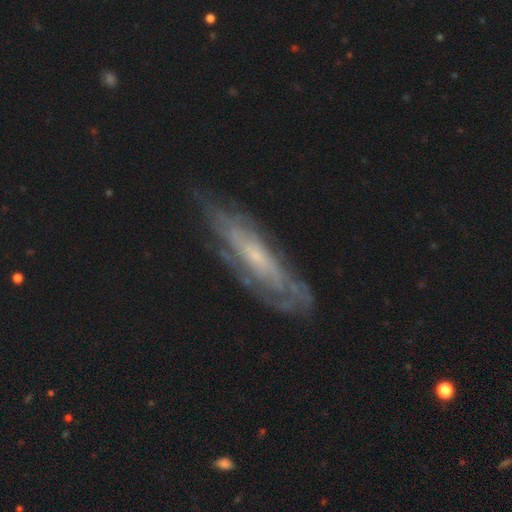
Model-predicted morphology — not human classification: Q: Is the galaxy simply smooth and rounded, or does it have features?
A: featured or disk — 75%.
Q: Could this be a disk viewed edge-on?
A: no — 71%.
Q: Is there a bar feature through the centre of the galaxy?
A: no — 69%.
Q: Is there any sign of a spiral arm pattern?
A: yes — 80%.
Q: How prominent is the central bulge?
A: small — 66%.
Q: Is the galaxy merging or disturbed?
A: none — 69%.